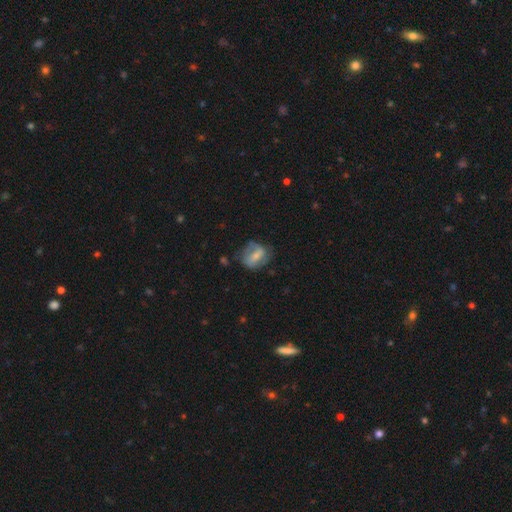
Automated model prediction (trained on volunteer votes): Overall: smooth (48%; featured or disk 45%). Merging: none (52%; minor disturbance 28%).